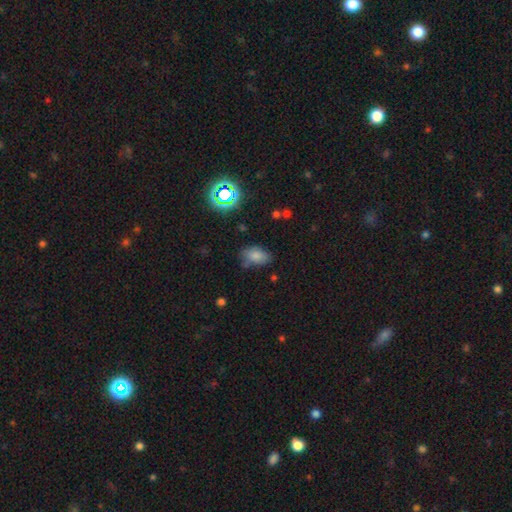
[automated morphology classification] Smooth or featured: smooth — 76% (star or artifact — 16%)
How rounded: in between — 87% (round — 11%)
Merging: none — 60% (minor disturbance — 27%)